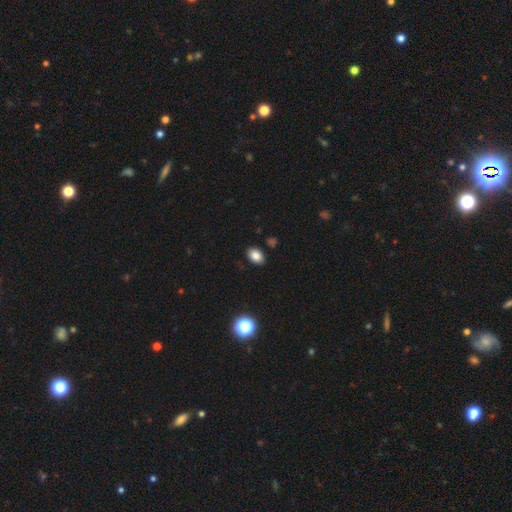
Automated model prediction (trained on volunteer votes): smooth-or-featured: smooth: 84% | star or artifact: 10% | featured or disk: 5%
  how-rounded: in between: 76% | round: 23% | cigar-shaped: 1%
  merging: none: 87% | minor disturbance: 9% | major disturbance: 2% | merger: 2%